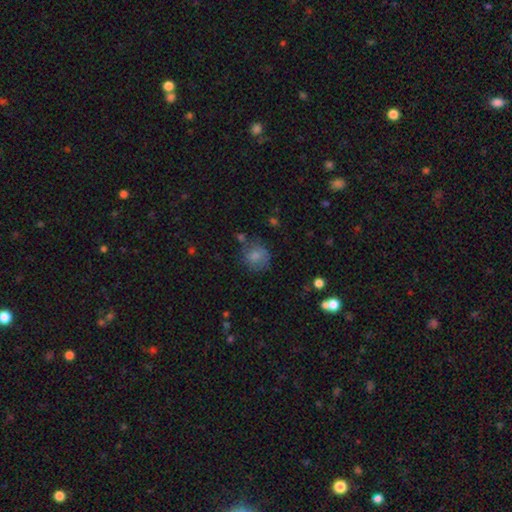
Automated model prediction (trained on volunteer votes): smooth_or_featured: smooth (p=0.73) [alt: featured or disk p=0.17]
how_rounded: round (p=0.83) [alt: in between p=0.16]
merging: none (p=0.61) [alt: minor disturbance p=0.23]